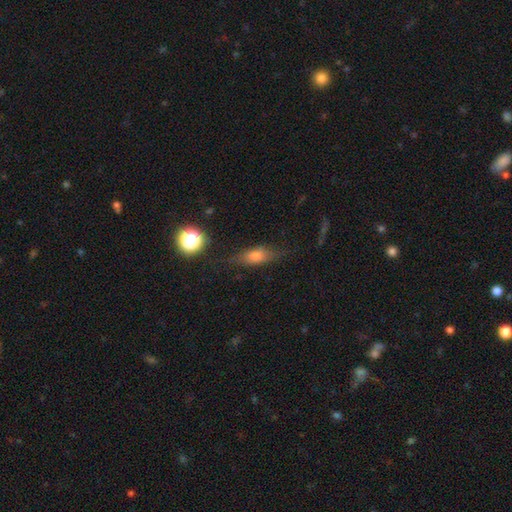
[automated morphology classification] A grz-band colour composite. It shows a smooth galaxy with no disk features (58%) that is in between round and cigar-shaped (58%). Merging: none (72%).